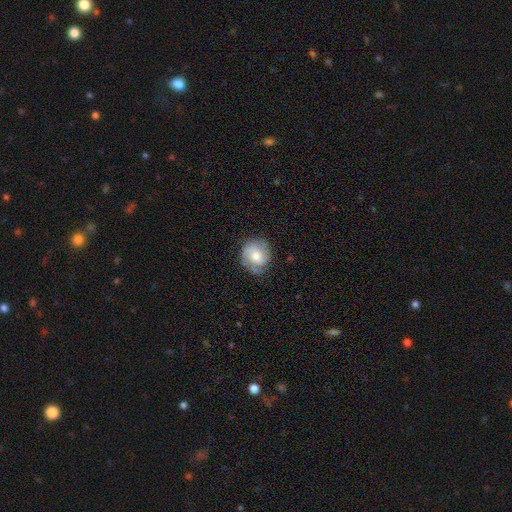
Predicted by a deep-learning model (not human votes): Morphology: type=featured or disk (56%); edge-on=no (97%); bar=no (72%); spiral arms=yes (88%); bulge=moderate (56%); merging=none (73%).